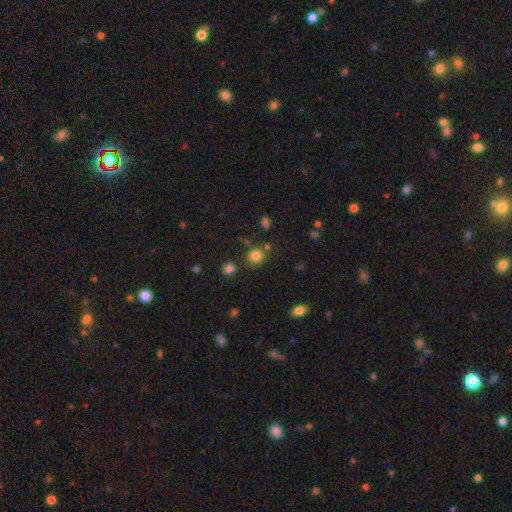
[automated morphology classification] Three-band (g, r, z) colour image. It shows a smooth galaxy with no disk features (81%) that is round (85%). Merging: none (77%).